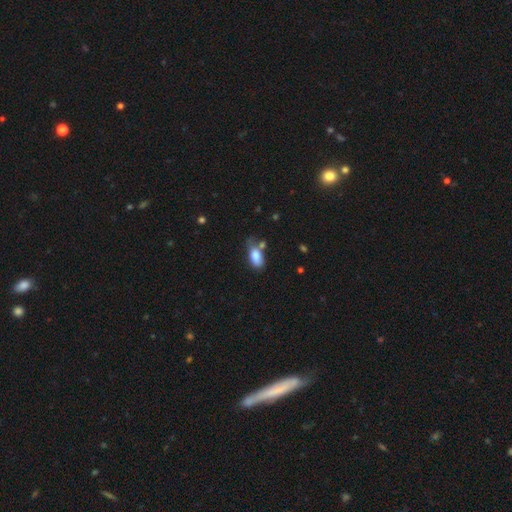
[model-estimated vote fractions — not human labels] Smooth or featured? Predicted: smooth (p=0.83). How rounded? Predicted: in between (p=0.90). Merging? Predicted: none (p=0.46).